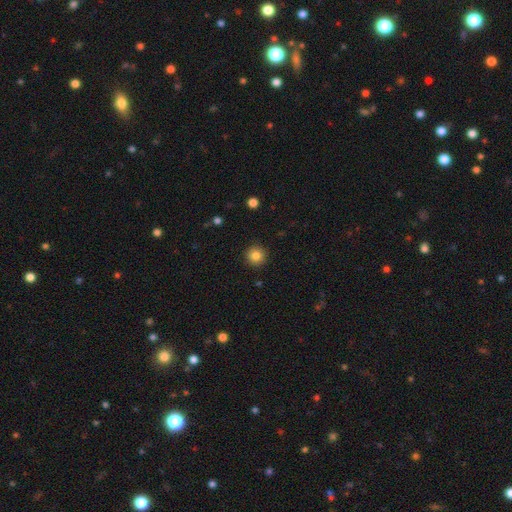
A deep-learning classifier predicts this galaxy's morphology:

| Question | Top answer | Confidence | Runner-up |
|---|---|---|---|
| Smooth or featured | smooth | 83% | star or artifact (10%) |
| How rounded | round | 95% | in between (4%) |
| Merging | none | 92% | minor disturbance (5%) |